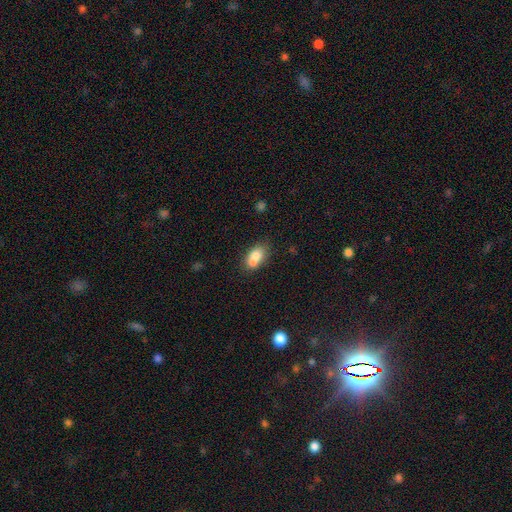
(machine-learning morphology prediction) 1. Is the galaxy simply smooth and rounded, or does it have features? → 73% smooth, 18% featured or disk, 9% star or artifact.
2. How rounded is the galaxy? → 80% in between, 16% round, 4% cigar-shaped.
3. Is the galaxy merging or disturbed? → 45% merger, 37% none, 14% minor disturbance, 5% major disturbance.